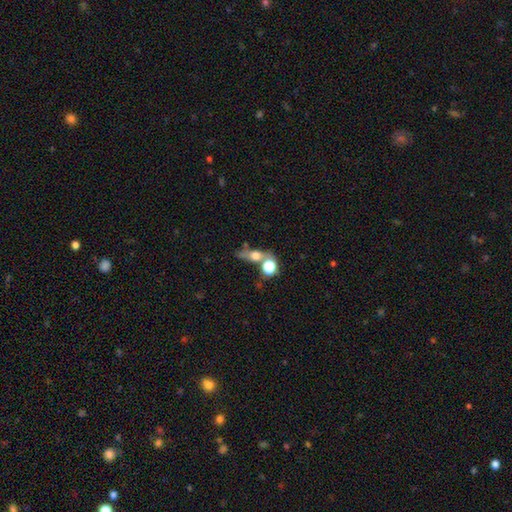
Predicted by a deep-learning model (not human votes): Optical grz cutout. It shows a smooth galaxy with no disk features (59%) that is in between round and cigar-shaped (44%). Merging: none (43%).